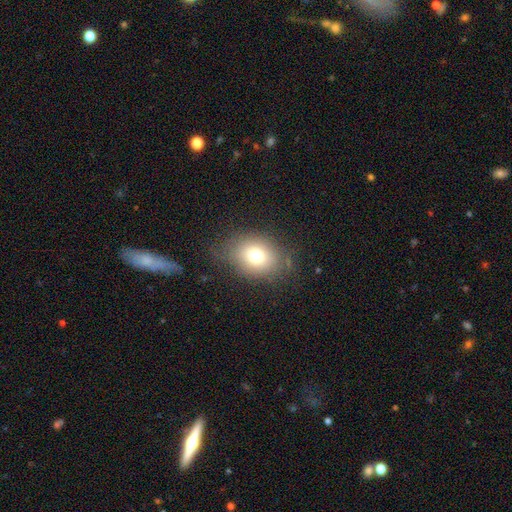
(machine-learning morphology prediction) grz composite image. It shows a smooth galaxy with no disk features (72%) that is in between round and cigar-shaped (54%). Merging: none (72%).